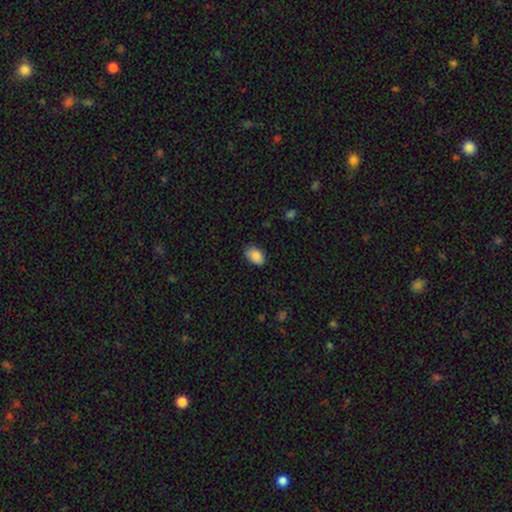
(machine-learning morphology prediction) Smooth or featured? smooth (88%)
How rounded? in between (89%)
Merging? none (81%)